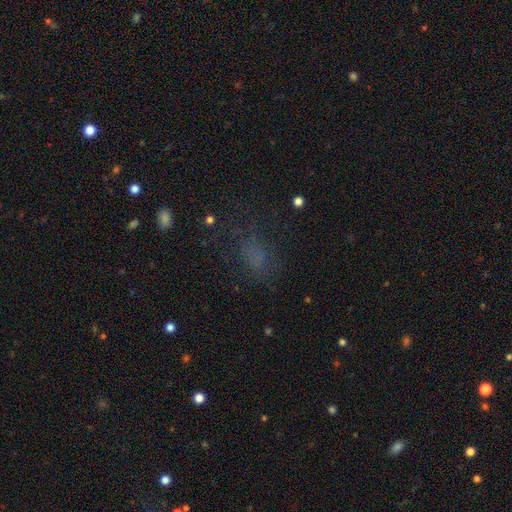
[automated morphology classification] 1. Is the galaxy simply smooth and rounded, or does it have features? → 57% smooth, 27% star or artifact, 17% featured or disk.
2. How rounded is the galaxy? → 74% in between, 22% round, 4% cigar-shaped.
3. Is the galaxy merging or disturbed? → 56% none, 23% major disturbance, 19% minor disturbance, 2% merger.